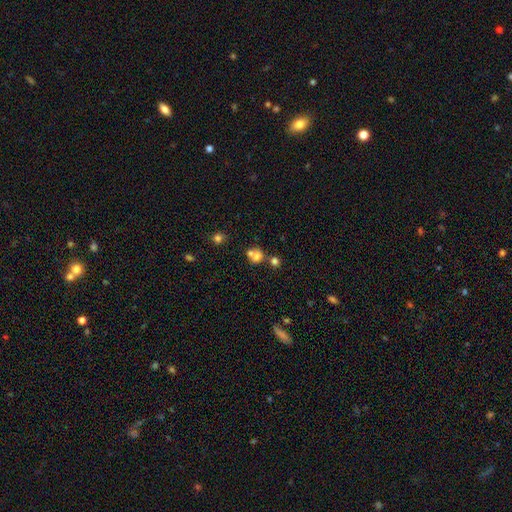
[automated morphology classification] This is likely a smooth galaxy (70%). How rounded: likely round (73%). Merging: possibly merger (52%).